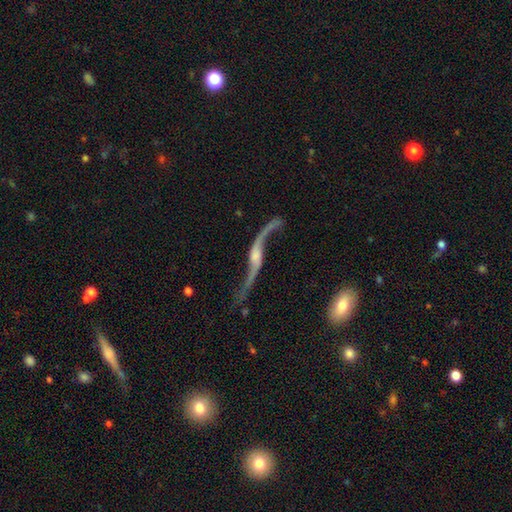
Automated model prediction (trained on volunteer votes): A featured or disk galaxy (88%) with no bar (52%), 2 (93%) loose (97%) spiral arms (93%) and a small central bulge (31%).

Vote fractions:
- Smooth or featured? featured or disk: 88% / smooth: 7% / star or artifact: 5%
- Edge-on disk? no: 81% / yes: 19%
- Bar? no: 52% / weak: 31% / strong: 17%
- Spiral arms? yes: 93% / no: 7%
- Spiral winding? loose: 97% / medium: 2% / tight: 1%
- Spiral arm count? 2: 93% / 1: 3% / can't tell: 1% / 3: 1% / 4: 1% / more than 4: 1%
- Bulge size? small: 31% / none: 29% / moderate: 25% / large: 11% / dominant: 4%
- Merging? none: 56% / minor disturbance: 18% / major disturbance: 18% / merger: 8%